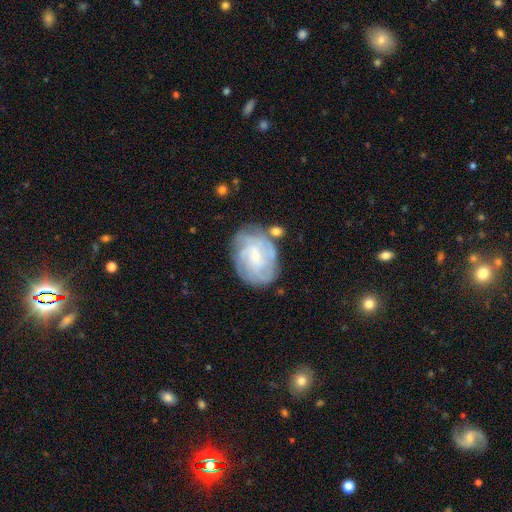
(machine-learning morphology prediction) A featured or disk galaxy (71%) with no bar (54%), tight (58%) spiral arms (87%) and a small central bulge (69%).

Vote fractions:
- Smooth or featured? featured or disk: 71% / smooth: 22% / star or artifact: 7%
- Edge-on disk? no: 97% / yes: 3%
- Bar? no: 54% / weak: 39% / strong: 6%
- Spiral arms? yes: 87% / no: 13%
- Spiral winding? tight: 58% / medium: 30% / loose: 11%
- Spiral arm count? can't tell: 46% / 4: 21% / 3: 13% / 2: 9% / more than 4: 7% / 1: 4%
- Bulge size? small: 69% / moderate: 24% / none: 5% / large: 2% / dominant: 1%
- Merging? none: 65% / minor disturbance: 21% / major disturbance: 9% / merger: 6%